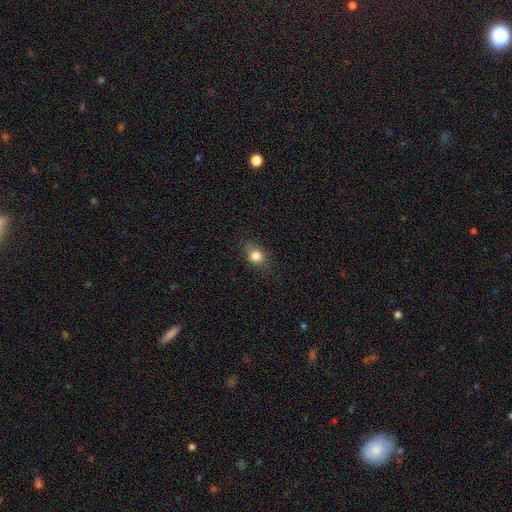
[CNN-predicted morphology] Smooth or featured: smooth — 81% (star or artifact — 11%)
How rounded: in between — 49% (tied with round — 49%)
Merging: none — 78% (minor disturbance — 17%)